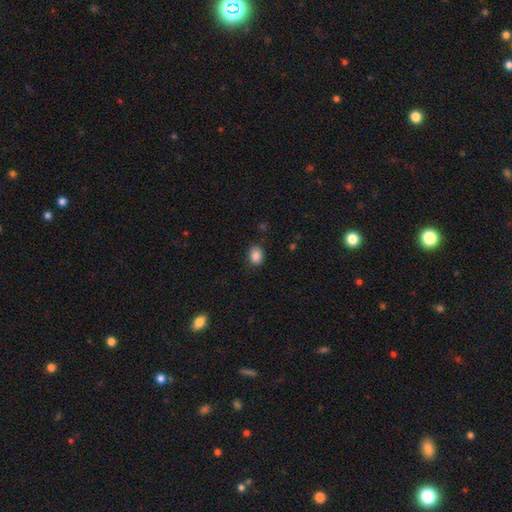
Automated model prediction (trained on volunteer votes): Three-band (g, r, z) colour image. It shows a smooth galaxy with no disk features (87%) that is in between round and cigar-shaped (59%). Merging: none (84%).